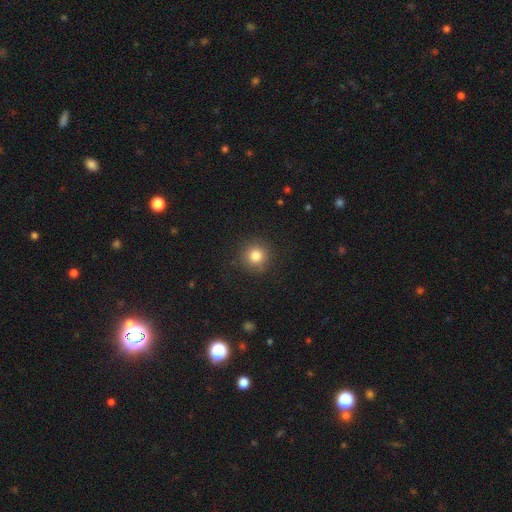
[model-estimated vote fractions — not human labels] The model was most divided on "smooth or featured": smooth: 82%, star or artifact: 12%, featured or disk: 6%. More confident: how rounded — round (94%); merging — none (88%).